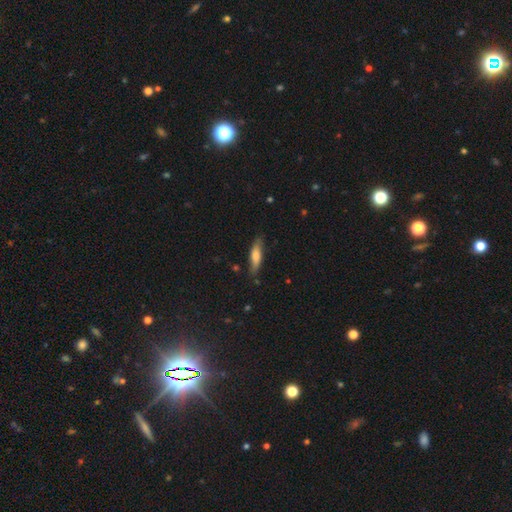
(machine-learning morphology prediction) A smooth galaxy with no disk features (66%) that is cigar-shaped (69%).

Vote fractions:
- Smooth or featured? smooth: 66% / featured or disk: 27% / star or artifact: 7%
- How rounded? cigar-shaped: 69% / in between: 29% / round: 2%
- Merging? none: 79% / minor disturbance: 16% / major disturbance: 3% / merger: 2%